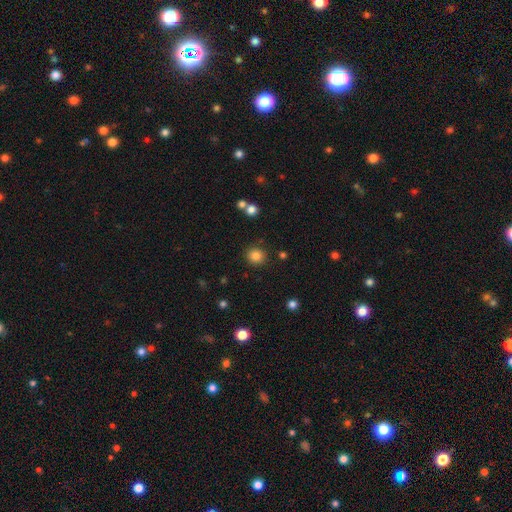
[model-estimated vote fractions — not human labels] smooth_or_featured: smooth (p=0.84) [alt: star or artifact p=0.12]
how_rounded: round (p=0.88) [alt: in between p=0.11]
merging: none (p=0.87) [alt: minor disturbance p=0.07]